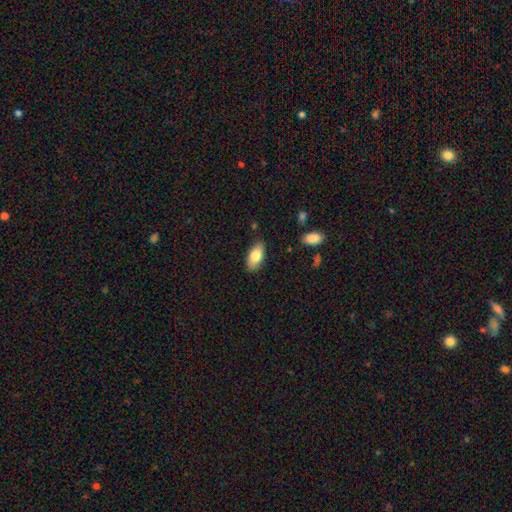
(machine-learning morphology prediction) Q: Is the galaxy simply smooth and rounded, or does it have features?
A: smooth — 79%.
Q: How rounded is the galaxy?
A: in between — 90%.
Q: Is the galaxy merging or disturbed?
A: none — 86%.